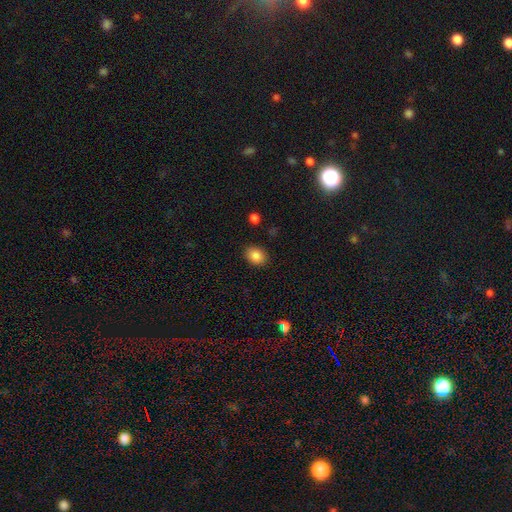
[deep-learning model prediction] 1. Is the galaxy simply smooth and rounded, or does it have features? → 86% smooth, 9% star or artifact, 4% featured or disk.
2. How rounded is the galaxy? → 57% in between, 42% round, 1% cigar-shaped.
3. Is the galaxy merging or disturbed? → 88% none, 9% minor disturbance, 2% major disturbance, 1% merger.